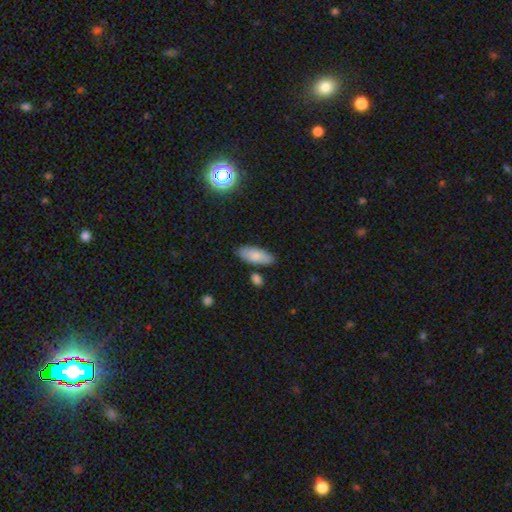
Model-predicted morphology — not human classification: A smooth galaxy with no disk features (83%) that is in between round and cigar-shaped (80%). Merging: none (80%).